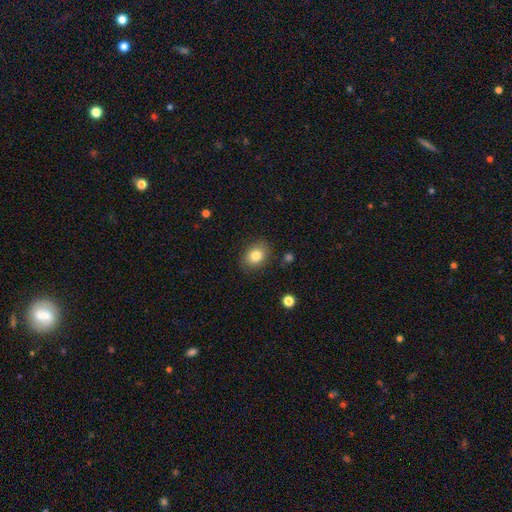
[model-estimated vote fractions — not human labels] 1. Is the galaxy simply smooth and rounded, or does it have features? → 82% smooth, 9% star or artifact, 9% featured or disk.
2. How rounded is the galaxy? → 61% in between, 39% round, 1% cigar-shaped.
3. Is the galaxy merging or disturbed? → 86% none, 10% minor disturbance, 3% major disturbance, 1% merger.